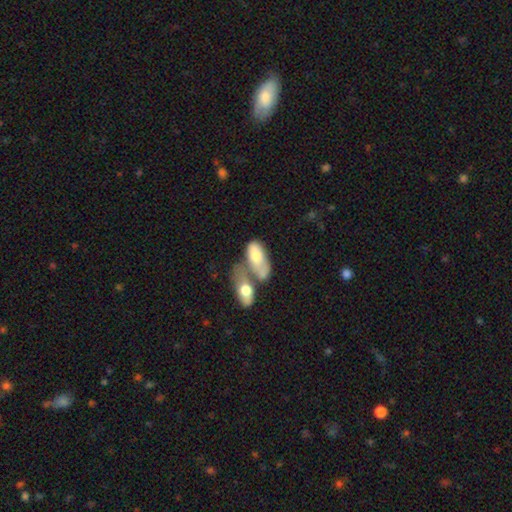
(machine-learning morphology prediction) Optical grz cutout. It shows a smooth galaxy with no disk features (66%) that is in between round and cigar-shaped (90%). Merging: merger (64%).